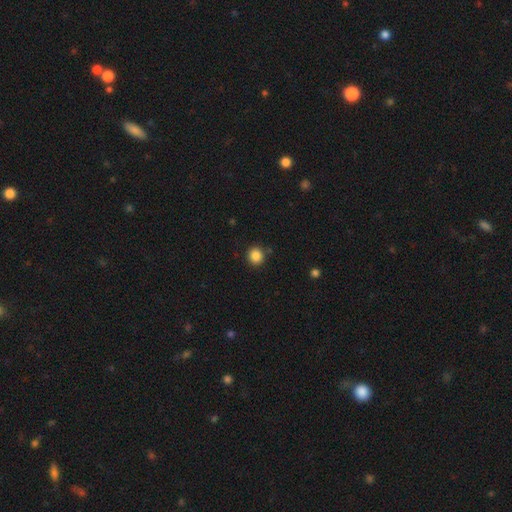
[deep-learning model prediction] A smooth galaxy with no disk features (86%) that is round (90%). Merging: none (87%).